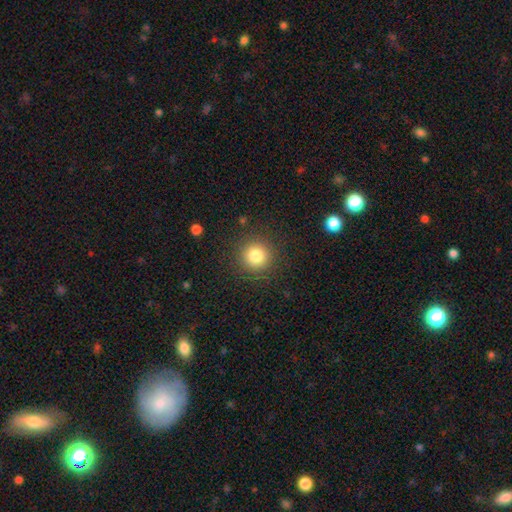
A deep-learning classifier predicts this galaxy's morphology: This is clearly a smooth galaxy (81%). How rounded: clearly round (94%). Merging: clearly none (89%).